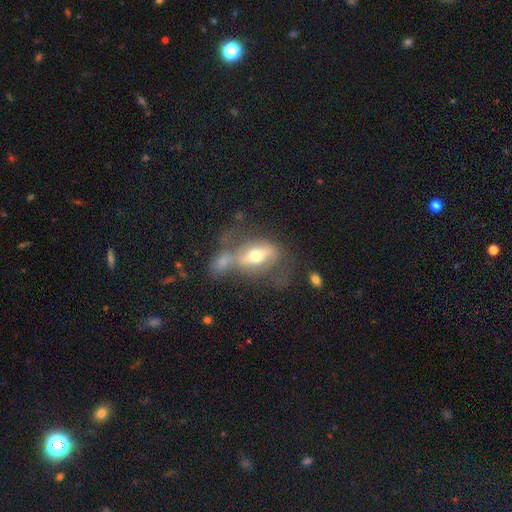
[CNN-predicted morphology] A featured or disk galaxy (54%).

Vote fractions:
- Smooth or featured? featured or disk: 54% / smooth: 38% / star or artifact: 8%
- Edge-on disk? no: 80% / yes: 20%
- Merging? merger: 37% / none: 29% / major disturbance: 19% / minor disturbance: 15%